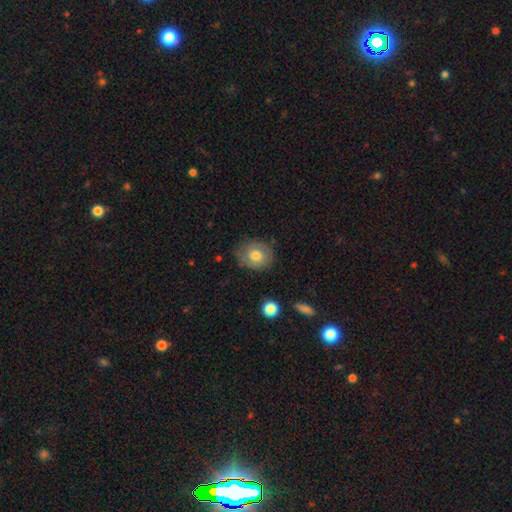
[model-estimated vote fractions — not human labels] Q: Smooth or featured?
A: smooth (70%); runner-up: featured or disk (22%)
Q: How rounded?
A: round (64%); runner-up: in between (35%)
Q: Merging?
A: none (76%); runner-up: minor disturbance (18%)